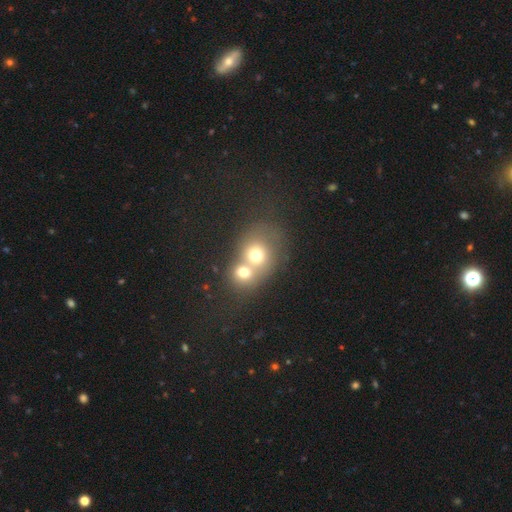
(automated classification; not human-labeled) Smooth or featured?
  - smooth: 65% *
  - featured or disk: 21%
  - star or artifact: 14%
How rounded?
  - round: 68% *
  - in between: 31%
  - cigar-shaped: 1%
Merging?
  - merger: 70% *
  - none: 20%
  - minor disturbance: 5%
  - major disturbance: 4%